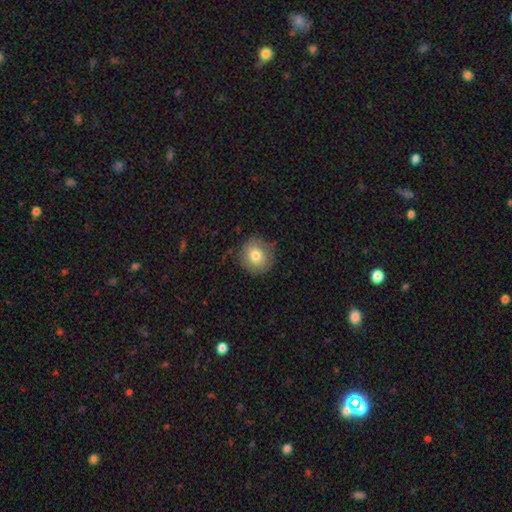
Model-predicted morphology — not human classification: smooth_or_featured: smooth (p=0.79) [alt: featured or disk p=0.12]
how_rounded: round (p=0.89) [alt: in between p=0.10]
merging: none (p=0.85) [alt: minor disturbance p=0.11]